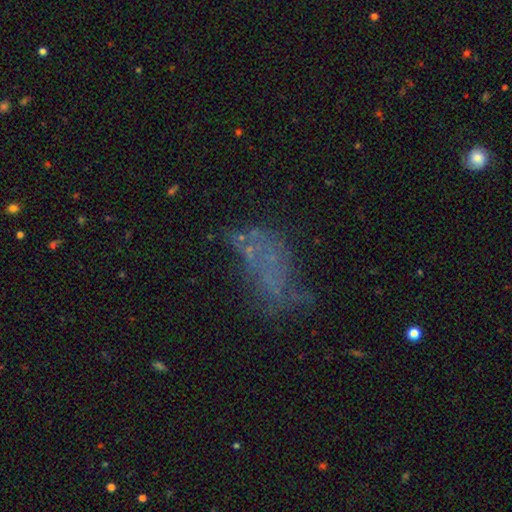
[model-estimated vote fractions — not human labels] Overall: featured or disk (42%; smooth 34%). Merging: none (40%; major disturbance 31%).